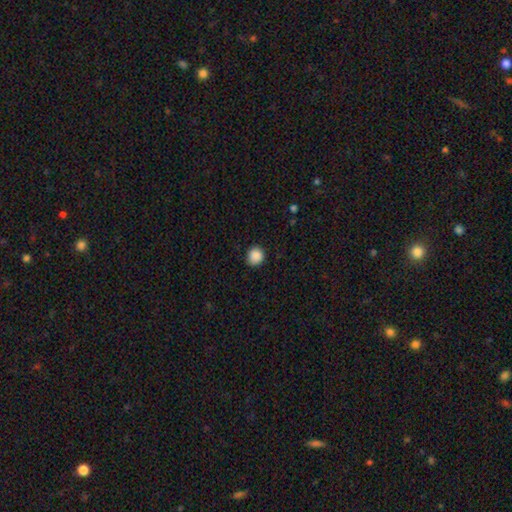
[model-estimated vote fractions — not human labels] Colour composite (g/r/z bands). It shows a smooth galaxy with no disk features (88%) that is round (87%). Merging: none (87%).